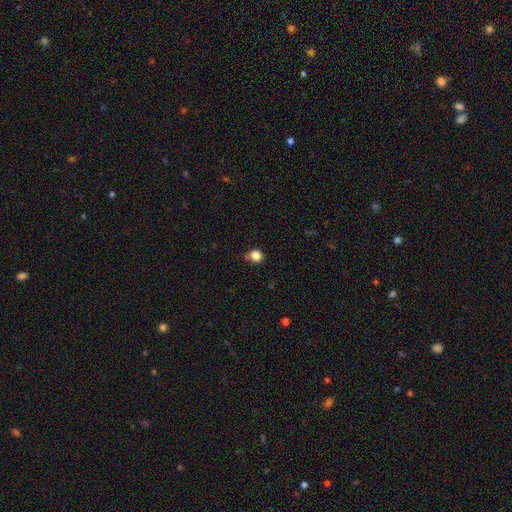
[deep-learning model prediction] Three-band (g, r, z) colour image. It shows a smooth galaxy with no disk features (84%) that is round (88%). Merging: none (75%).